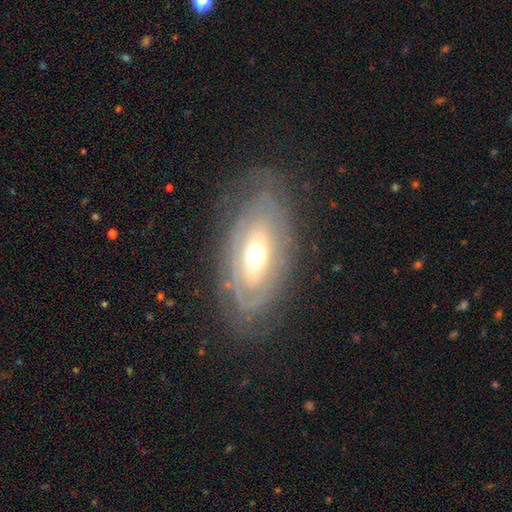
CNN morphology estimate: A featured or disk galaxy (72%) with no bar (70%), spiral arms (59%) and a moderate central bulge (67%). Merging: none (70%).